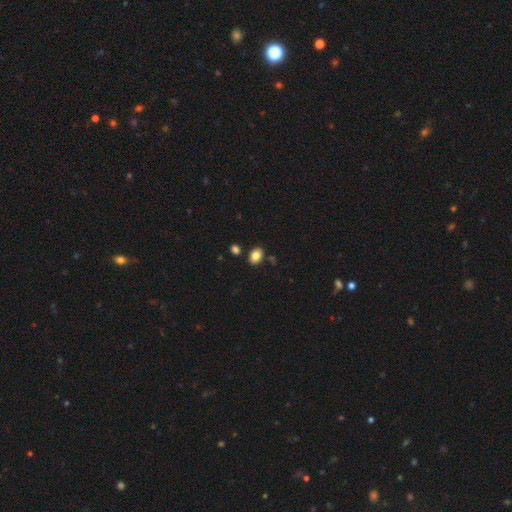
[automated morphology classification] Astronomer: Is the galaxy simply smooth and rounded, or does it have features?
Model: smooth — 85%.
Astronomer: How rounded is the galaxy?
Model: in between — 76%.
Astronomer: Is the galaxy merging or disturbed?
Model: none — 83%.